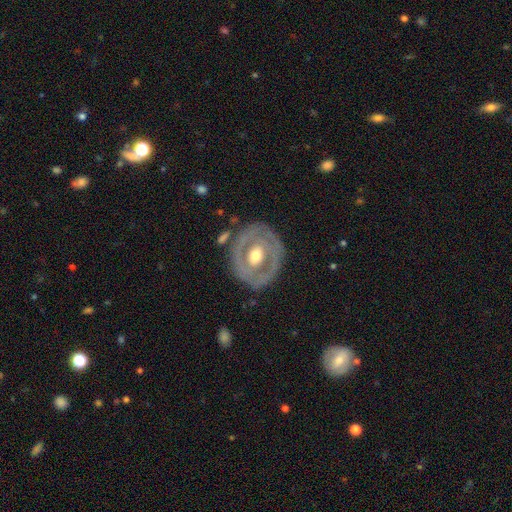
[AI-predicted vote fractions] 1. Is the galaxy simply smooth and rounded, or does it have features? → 72% featured or disk, 24% smooth, 5% star or artifact.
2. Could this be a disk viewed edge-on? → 95% no, 5% yes.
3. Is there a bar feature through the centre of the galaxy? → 54% no, 31% weak, 15% strong.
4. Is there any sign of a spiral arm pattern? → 61% no, 39% yes.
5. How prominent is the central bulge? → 73% moderate, 14% large, 10% small, 1% dominant, 1% none.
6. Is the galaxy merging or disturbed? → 75% none, 16% minor disturbance, 7% major disturbance, 3% merger.